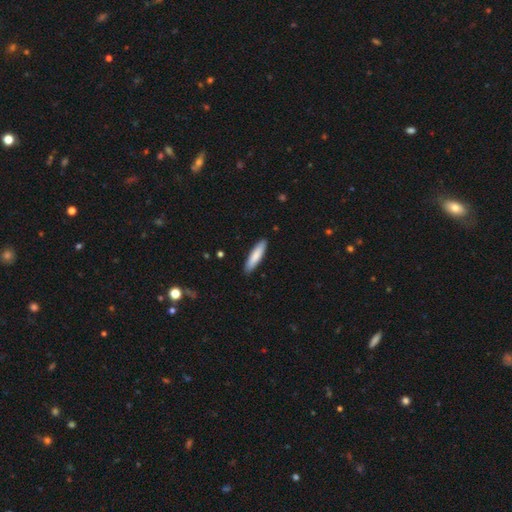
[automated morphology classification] The model was most divided on "how rounded": cigar-shaped: 77%, in between: 22%, round: 1%. More confident: merging — none (90%); smooth or featured — smooth (82%).